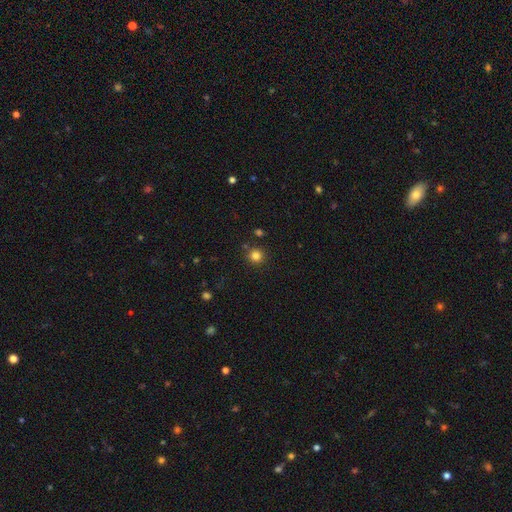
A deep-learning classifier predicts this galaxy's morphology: type=smooth (82%); roundness=round (93%); merging=none (87%).